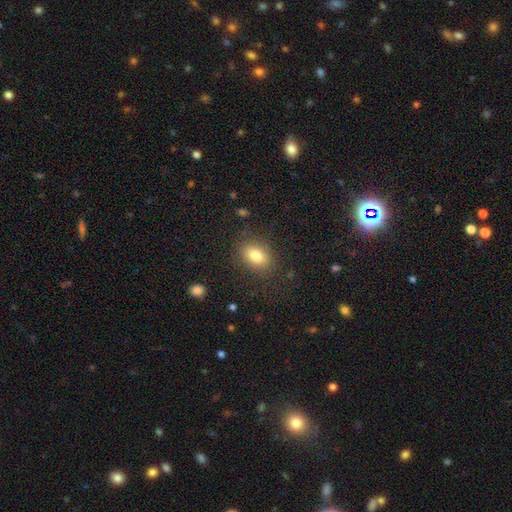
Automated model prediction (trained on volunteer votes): smooth_or_featured: smooth (p=0.79) [alt: featured or disk p=0.11]
how_rounded: in between (p=0.74) [alt: round p=0.24]
merging: none (p=0.83) [alt: minor disturbance p=0.11]